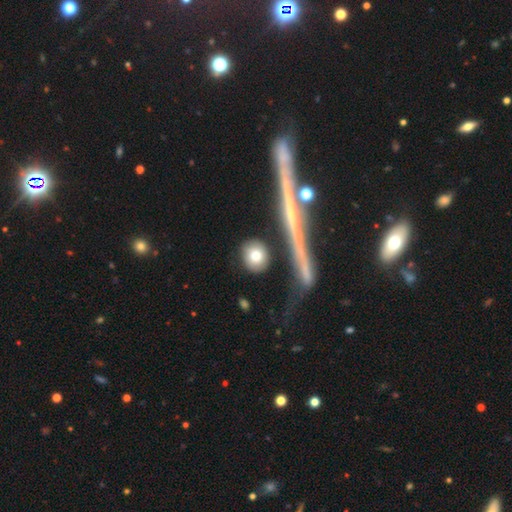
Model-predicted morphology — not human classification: Smooth or featured: smooth — 77% (featured or disk — 14%)
How rounded: round — 82% (in between — 13%)
Merging: none — 82% (minor disturbance — 9%)